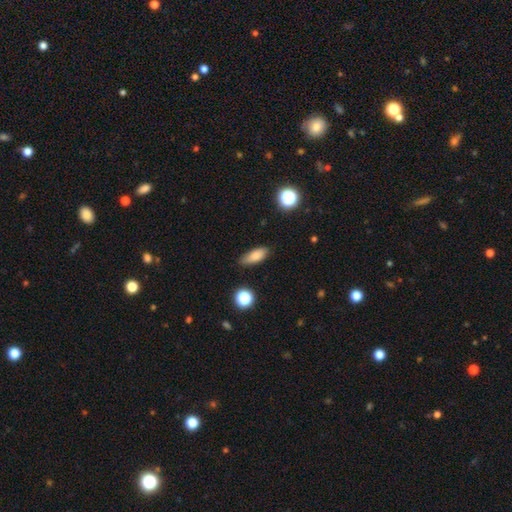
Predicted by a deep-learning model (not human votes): smooth_or_featured: smooth (p=0.82) [alt: star or artifact p=0.09]
how_rounded: in between (p=0.74) [alt: cigar-shaped p=0.22]
merging: none (p=0.80) [alt: minor disturbance p=0.15]